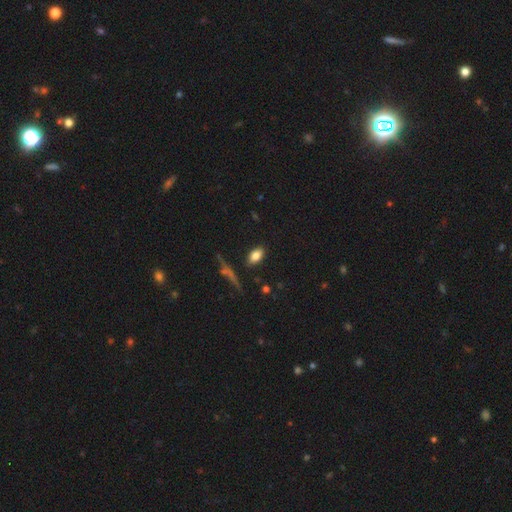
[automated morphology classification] This appears to be a smooth galaxy with no disk features (80%) that is in between round and cigar-shaped (89%). Merging: none (84%).